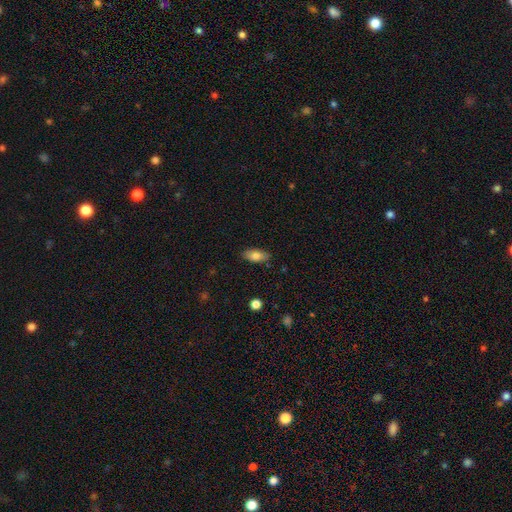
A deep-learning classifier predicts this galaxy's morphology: Smooth or featured: smooth — 78% (featured or disk — 14%)
How rounded: in between — 88% (cigar-shaped — 8%)
Merging: none — 86% (minor disturbance — 10%)